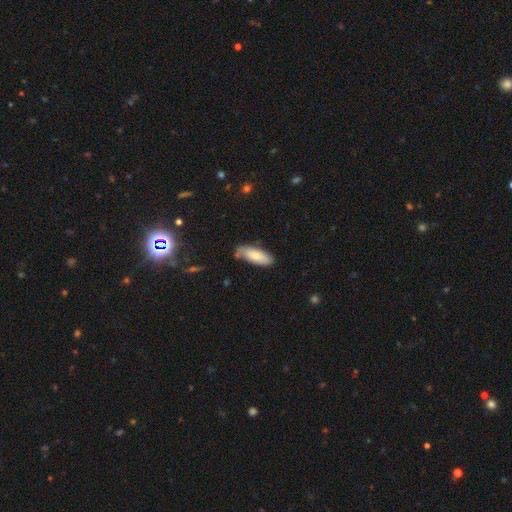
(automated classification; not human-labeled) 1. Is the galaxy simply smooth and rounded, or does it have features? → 77% smooth, 17% featured or disk, 6% star or artifact.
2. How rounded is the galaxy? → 70% in between, 28% cigar-shaped, 2% round.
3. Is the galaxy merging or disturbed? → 68% none, 24% minor disturbance, 4% major disturbance, 4% merger.